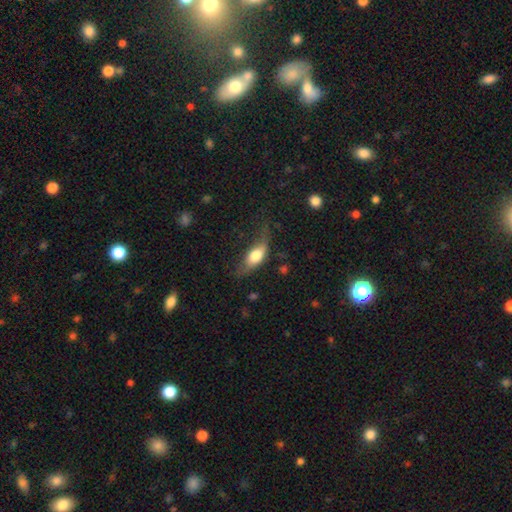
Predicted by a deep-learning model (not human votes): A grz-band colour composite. It shows a smooth galaxy with no disk features (68%) that is in between round and cigar-shaped (78%). Merging: none (43%).